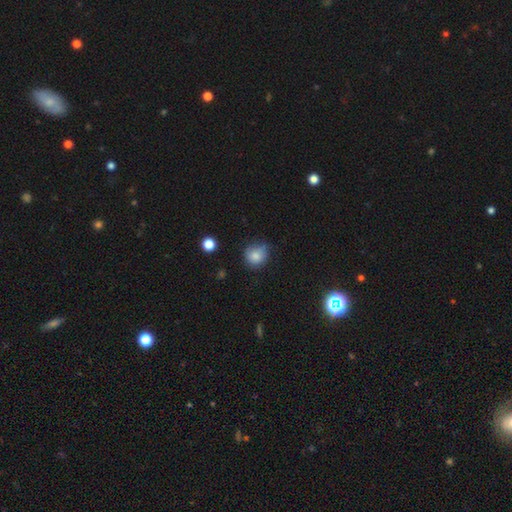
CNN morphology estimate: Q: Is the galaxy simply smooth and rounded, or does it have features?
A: smooth — 82%.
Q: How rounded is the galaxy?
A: round — 80%.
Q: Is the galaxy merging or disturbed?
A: none — 60%.